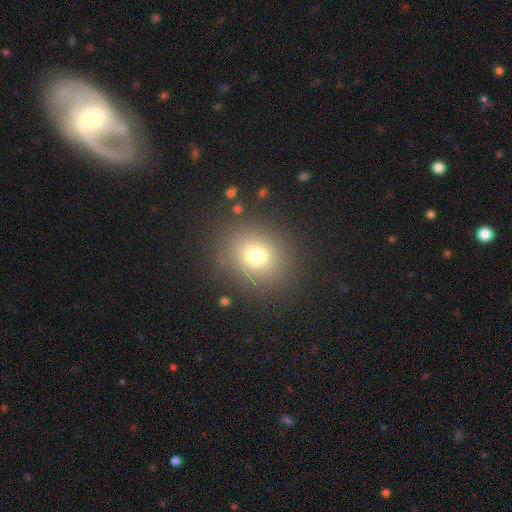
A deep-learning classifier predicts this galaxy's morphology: Smooth or featured: smooth — 72% (star or artifact — 16%)
How rounded: round — 73% (in between — 26%)
Merging: none — 85% (minor disturbance — 8%)